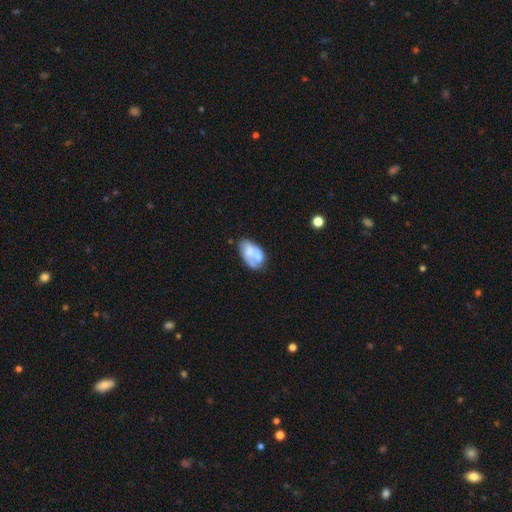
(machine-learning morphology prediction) smooth_or_featured: smooth (p=0.50) [alt: featured or disk p=0.42]
how_rounded: in between (p=0.92) [alt: round p=0.07]
merging: none (p=0.36) [alt: minor disturbance p=0.25]